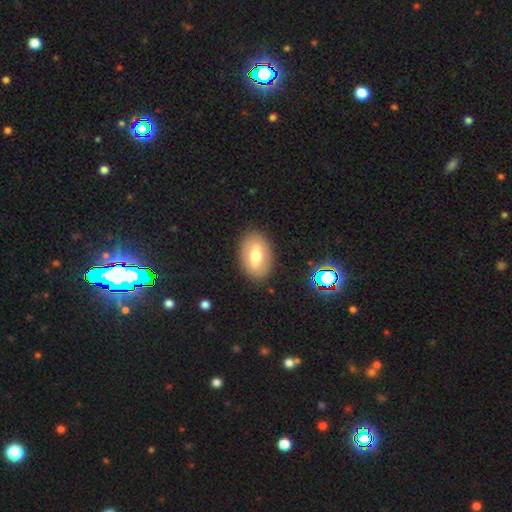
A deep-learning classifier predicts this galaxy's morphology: Smooth or featured? Predicted: smooth (p=0.64). How rounded? Predicted: in between (p=0.88). Merging? Predicted: none (p=0.86).